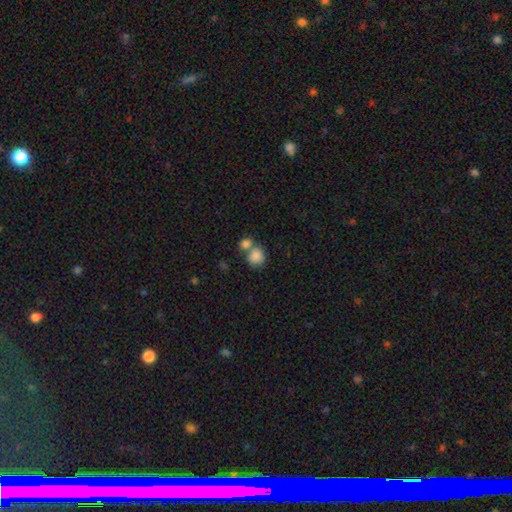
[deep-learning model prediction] Smooth or featured? Predicted: smooth (p=0.85). How rounded? Predicted: round (p=0.73). Merging? Predicted: merger (p=0.47).